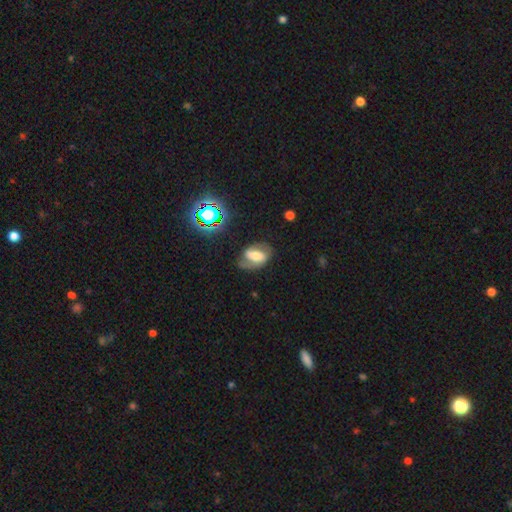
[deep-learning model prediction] Smooth or featured: featured or disk — 63% (smooth — 26%)
Edge-on disk: no — 95% (yes — 5%)
Bar: strong — 40% (weak — 37%)
Spiral arms: yes — 85% (no — 15%)
Spiral winding: medium — 47% (tight — 27%)
Spiral arm count: 2 — 80% (can't tell — 9%)
Bulge size: moderate — 50% (small — 23%)
Merging: none — 65% (minor disturbance — 21%)